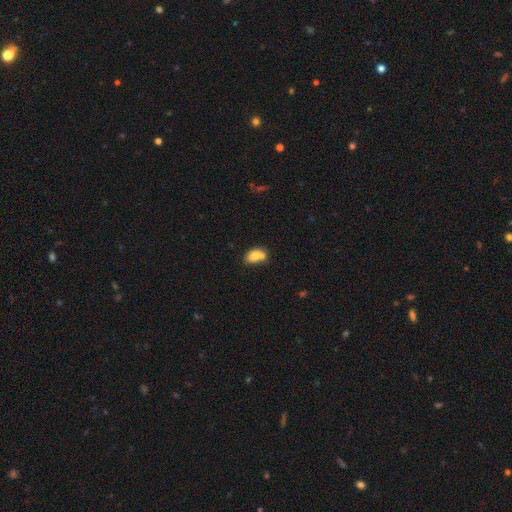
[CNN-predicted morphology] A smooth galaxy with no disk features (76%) that is in between round and cigar-shaped (83%).

Vote fractions:
- Smooth or featured? smooth: 76% / featured or disk: 15% / star or artifact: 9%
- How rounded? in between: 83% / round: 15% / cigar-shaped: 2%
- Merging? merger: 41% / none: 36% / minor disturbance: 17% / major disturbance: 6%